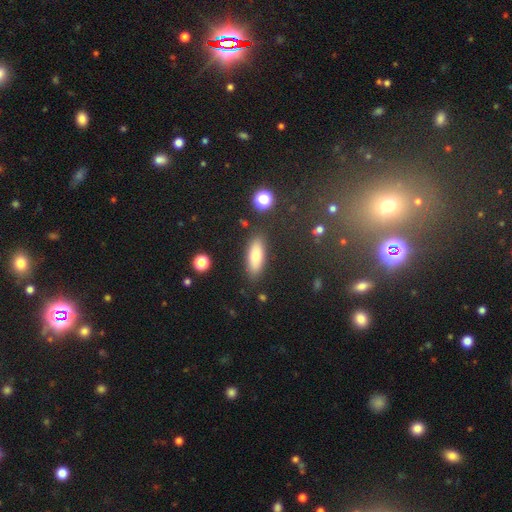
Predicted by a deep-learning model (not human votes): Q: Smooth or featured?
A: smooth (76%); runner-up: featured or disk (16%)
Q: How rounded?
A: in between (68%); runner-up: cigar-shaped (29%)
Q: Merging?
A: none (84%); runner-up: minor disturbance (10%)